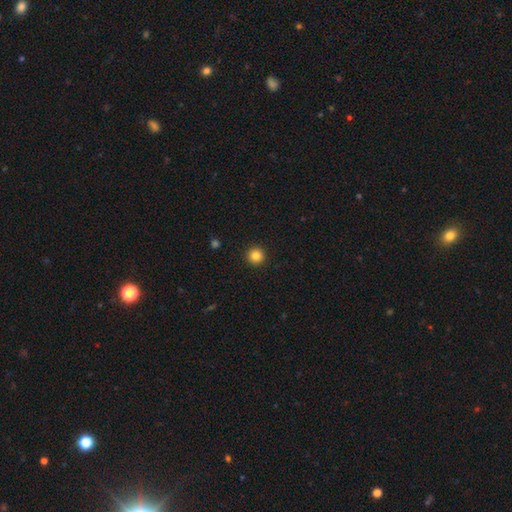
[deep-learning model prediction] Overall: smooth (85%). How rounded: round (96%). Merging: none (94%).